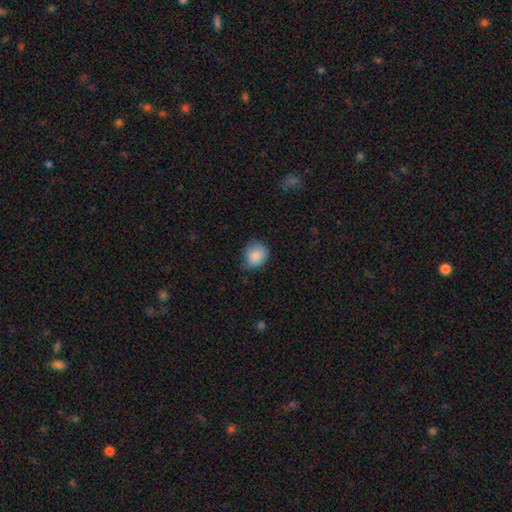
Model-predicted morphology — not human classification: type=smooth (86%); roundness=round (70%); merging=none (63%).